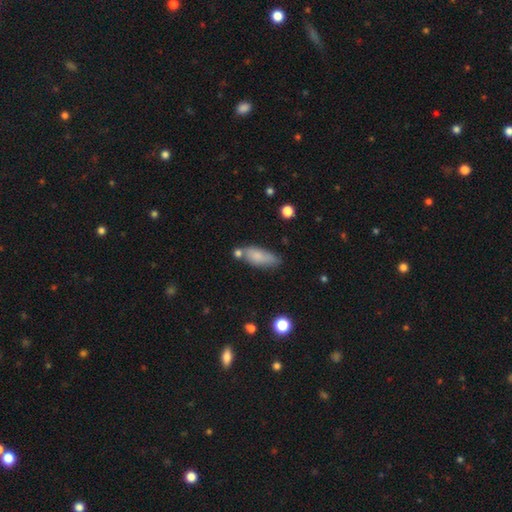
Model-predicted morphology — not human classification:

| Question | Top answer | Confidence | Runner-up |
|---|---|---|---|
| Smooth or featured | smooth | 78% | featured or disk (14%) |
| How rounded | in between | 71% | cigar-shaped (26%) |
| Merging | none | 58% | minor disturbance (23%) |